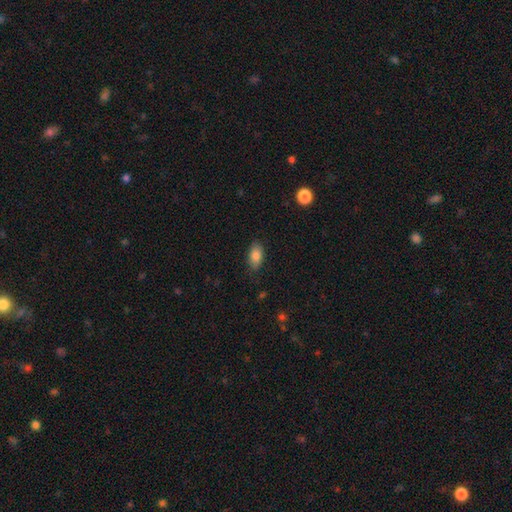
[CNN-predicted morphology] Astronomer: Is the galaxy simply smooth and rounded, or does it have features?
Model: smooth — 84%.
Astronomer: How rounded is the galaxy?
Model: in between — 91%.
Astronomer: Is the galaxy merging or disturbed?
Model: none — 83%.